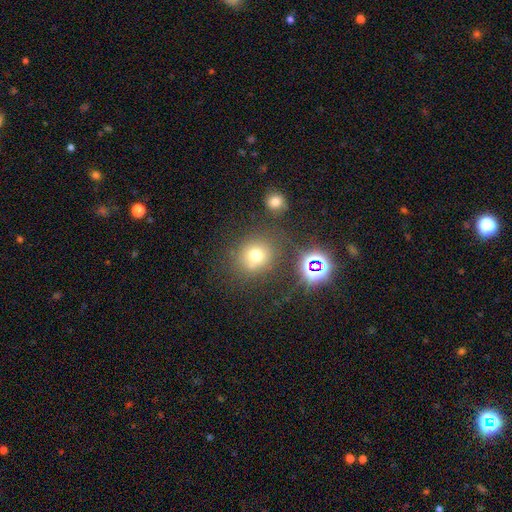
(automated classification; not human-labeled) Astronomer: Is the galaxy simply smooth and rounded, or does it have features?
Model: smooth — 69%.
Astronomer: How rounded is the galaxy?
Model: round — 82%.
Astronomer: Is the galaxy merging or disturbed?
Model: none — 72%.